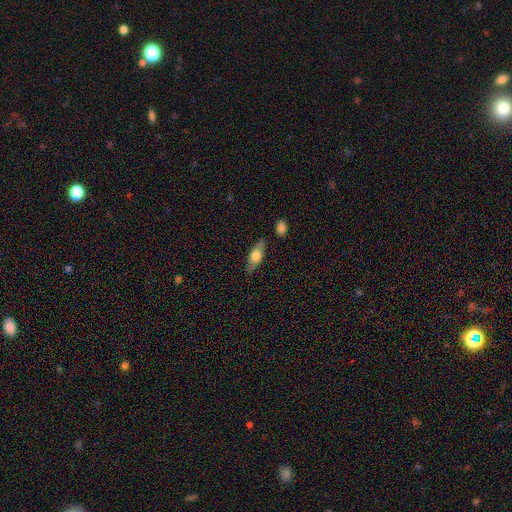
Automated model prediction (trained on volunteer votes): smooth_or_featured: smooth (p=0.55) [alt: featured or disk p=0.38]
how_rounded: in between (p=0.63) [alt: cigar-shaped p=0.32]
merging: none (p=0.78) [alt: minor disturbance p=0.15]